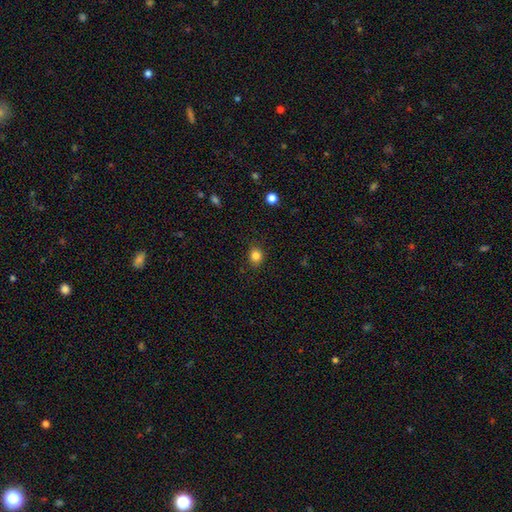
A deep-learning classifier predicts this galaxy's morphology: This is clearly a smooth galaxy (84%). How rounded: likely round (73%). Merging: clearly none (87%).